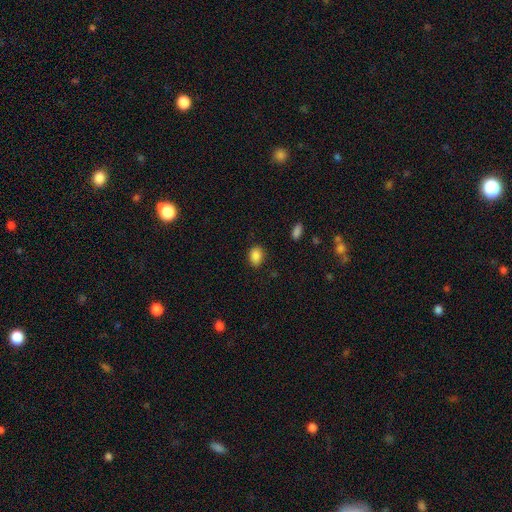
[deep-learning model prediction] The model was most divided on "how rounded": in between: 71%, round: 28%, cigar-shaped: 1%. More confident: smooth or featured — smooth (87%); merging — none (85%).